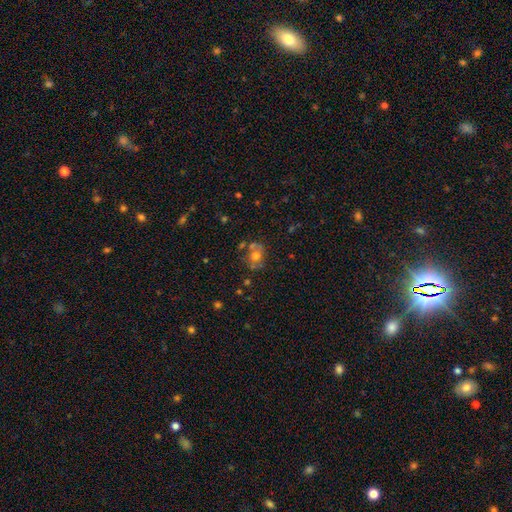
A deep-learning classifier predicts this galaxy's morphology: Smooth or featured? Predicted: smooth (p=0.55). How rounded? Predicted: round (p=0.63). Merging? Predicted: none (p=0.53).